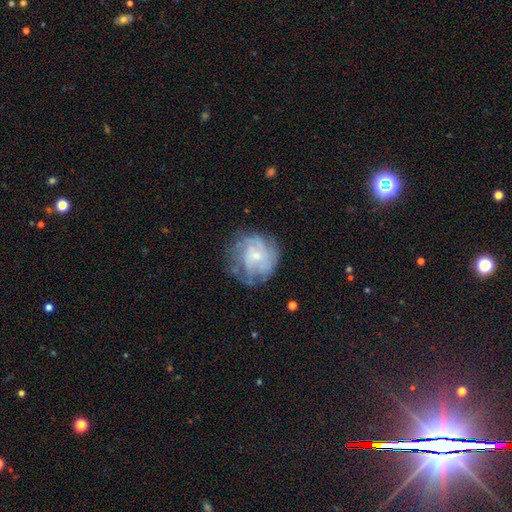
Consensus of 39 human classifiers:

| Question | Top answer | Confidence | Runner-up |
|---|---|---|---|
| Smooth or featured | featured or disk | 56% | smooth (33%) |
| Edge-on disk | no | 100% | — |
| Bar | no | 86% | weak (14%) |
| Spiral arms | yes | 55% | no (45%) |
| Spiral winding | tight | 67% | medium (33%) |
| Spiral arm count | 3 | 33% | tied: can't tell (33%) |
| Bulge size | small | 50% | moderate (36%) |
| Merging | none | 66% | major disturbance (17%) |